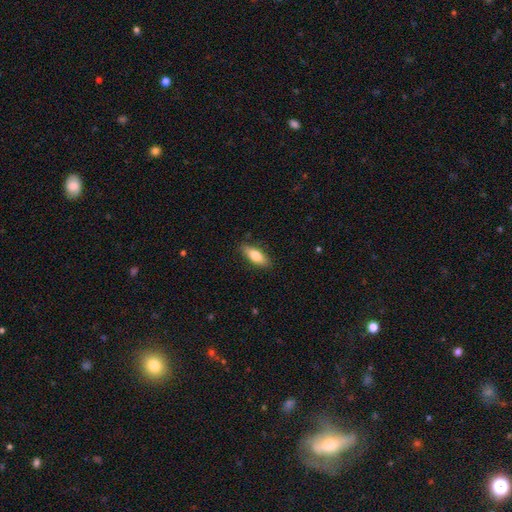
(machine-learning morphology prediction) smooth 75%, featured or disk 19%, star or artifact 6%. Down the decision tree: how rounded — in between (68%); merging — none (86%).